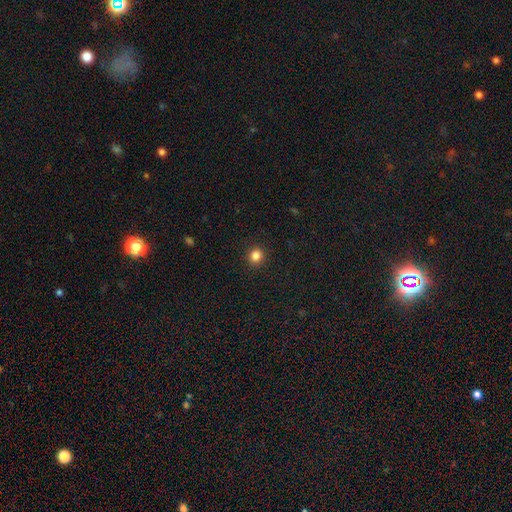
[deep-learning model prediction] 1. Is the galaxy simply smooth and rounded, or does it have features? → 84% smooth, 12% star or artifact, 4% featured or disk.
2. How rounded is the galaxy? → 89% round, 10% in between, 1% cigar-shaped.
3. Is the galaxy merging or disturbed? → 92% none, 5% minor disturbance, 2% major disturbance, 1% merger.